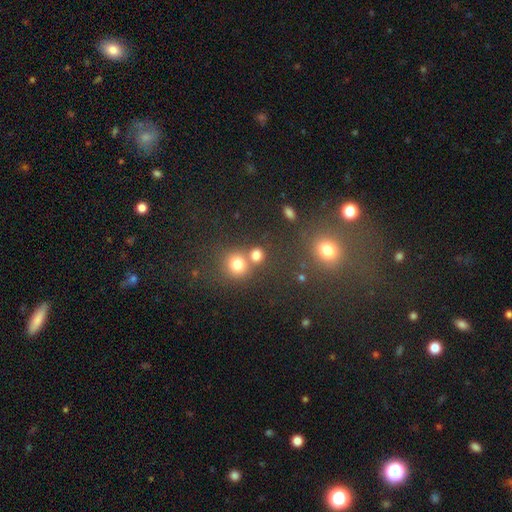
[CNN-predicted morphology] smooth 69%, star or artifact 24%, featured or disk 7%. Down the decision tree: how rounded — round (88%); merging — none (69%).